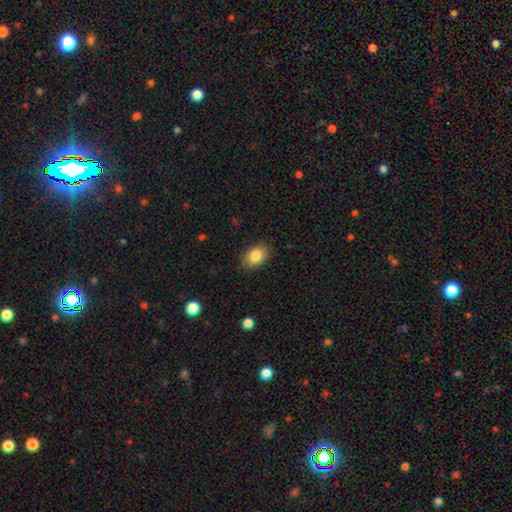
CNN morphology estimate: A smooth galaxy with no disk features (86%) that is in between round and cigar-shaped (81%). Merging: none (86%).